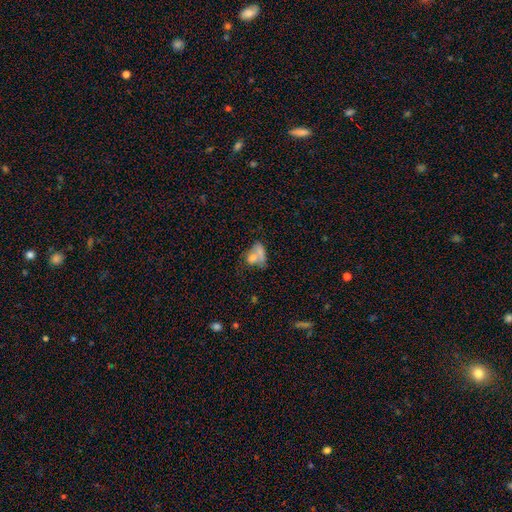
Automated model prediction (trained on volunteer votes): smooth-or-featured: smooth: 67% | featured or disk: 23% | star or artifact: 11%
  how-rounded: in between: 65% | round: 32% | cigar-shaped: 4%
  merging: merger: 55% | none: 24% | minor disturbance: 11% | major disturbance: 10%